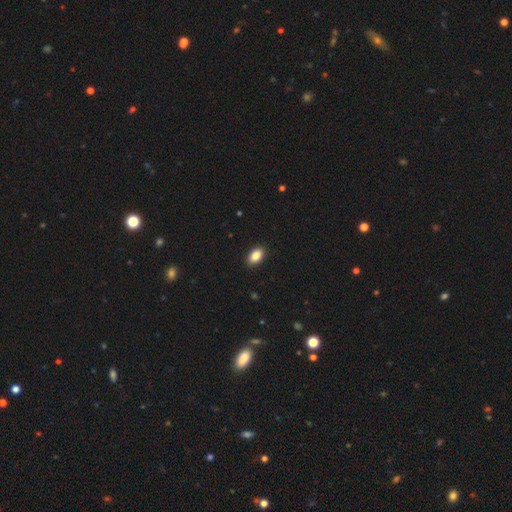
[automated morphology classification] smooth 87%, star or artifact 8%, featured or disk 5%. Down the decision tree: how rounded — in between (91%); merging — none (90%).